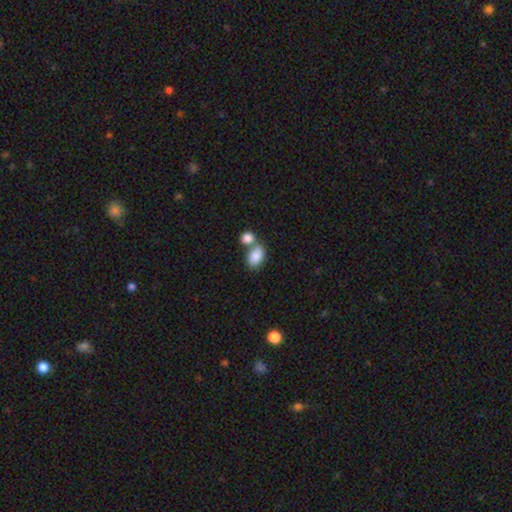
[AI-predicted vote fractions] This is clearly a smooth galaxy (86%). How rounded: clearly in between (87%). Merging: possibly merger (48%).